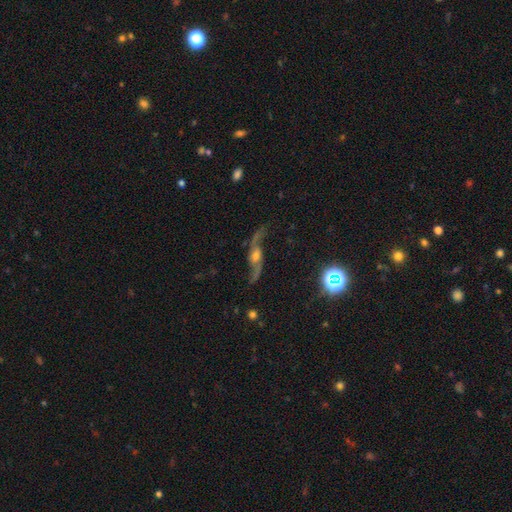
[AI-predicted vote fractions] Smooth or featured? Predicted: featured or disk (p=0.84). Edge-on disk? Predicted: no (p=0.82). Bar? Predicted: no (p=0.63). Spiral arms? Predicted: yes (p=0.95). Spiral winding? Predicted: loose (p=0.87). Spiral arm count? Predicted: 2 (p=0.93). Bulge size? Predicted: moderate (p=0.57). Merging? Predicted: none (p=0.75).